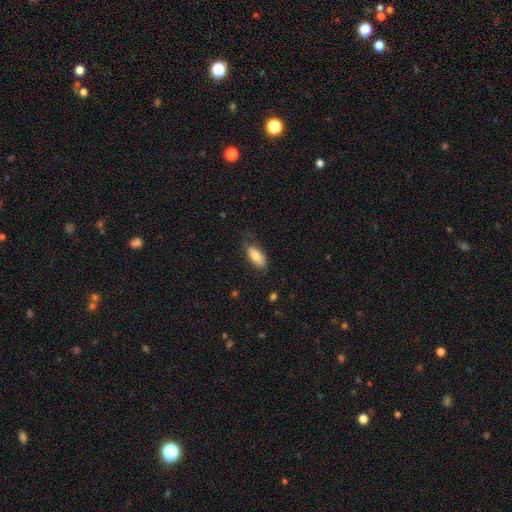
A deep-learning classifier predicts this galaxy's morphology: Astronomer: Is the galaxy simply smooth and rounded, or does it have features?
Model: smooth — 78%.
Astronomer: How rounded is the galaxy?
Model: in between — 88%.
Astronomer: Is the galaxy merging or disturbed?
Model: none — 71%.